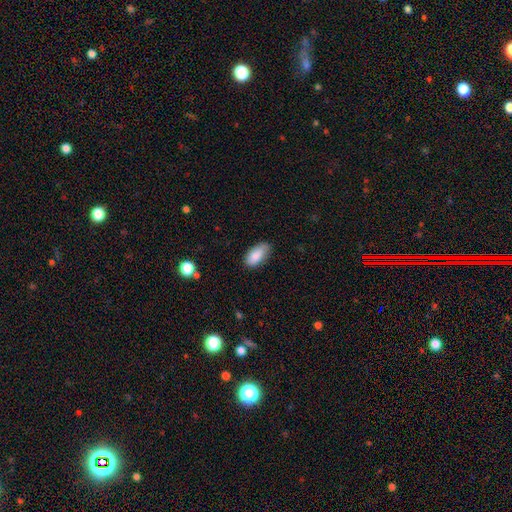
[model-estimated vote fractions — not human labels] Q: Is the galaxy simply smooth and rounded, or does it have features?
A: smooth — 87%.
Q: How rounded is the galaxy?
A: in between — 91%.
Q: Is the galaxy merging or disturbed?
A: none — 74%.